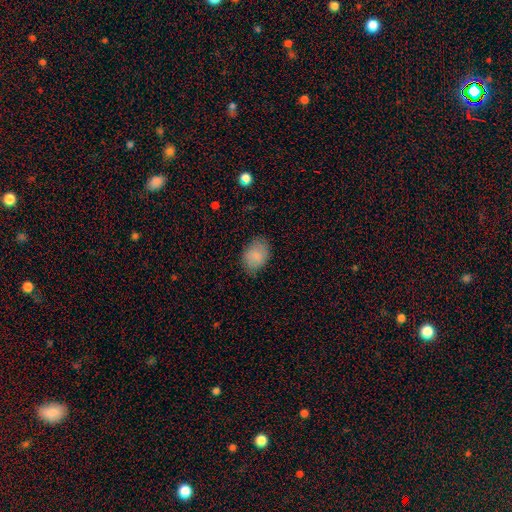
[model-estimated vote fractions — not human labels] smooth_or_featured: smooth (p=0.86) [alt: featured or disk p=0.07]
how_rounded: in between (p=0.76) [alt: round p=0.23]
merging: none (p=0.75) [alt: minor disturbance p=0.20]